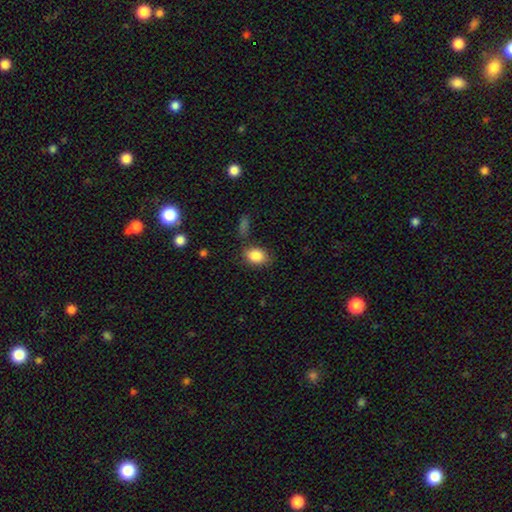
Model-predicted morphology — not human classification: Q: Smooth or featured?
A: smooth (85%); runner-up: star or artifact (9%)
Q: How rounded?
A: in between (73%); runner-up: round (25%)
Q: Merging?
A: none (72%); runner-up: minor disturbance (18%)